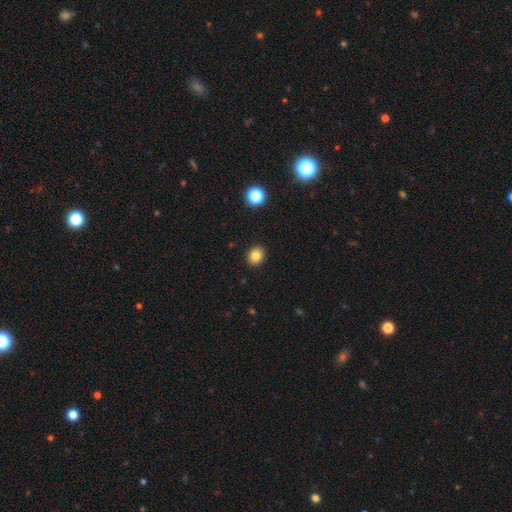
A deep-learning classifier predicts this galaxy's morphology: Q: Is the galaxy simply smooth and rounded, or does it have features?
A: smooth — 83%.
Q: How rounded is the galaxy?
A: round — 63%.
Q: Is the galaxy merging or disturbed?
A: none — 91%.